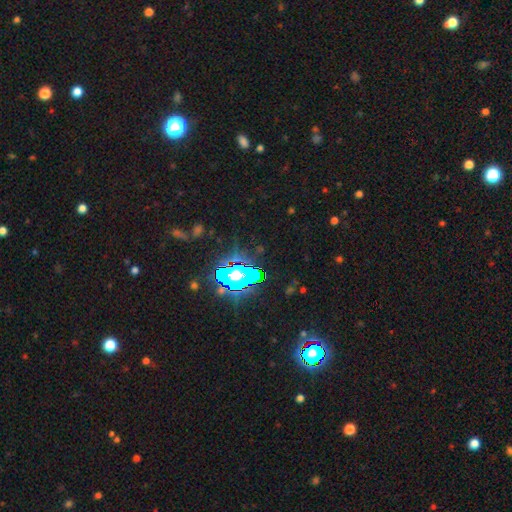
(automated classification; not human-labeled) Smooth or featured?
  - star or artifact: 81% *
  - smooth: 11%
  - featured or disk: 8%